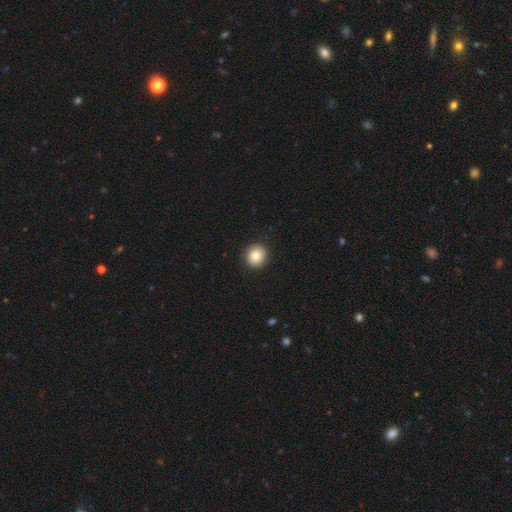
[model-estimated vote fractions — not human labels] This is clearly a smooth galaxy (83%). How rounded: clearly round (85%). Merging: clearly none (89%).